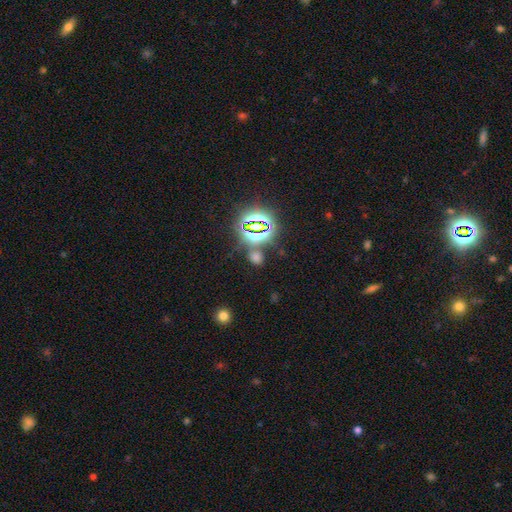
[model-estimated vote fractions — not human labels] Smooth or featured: star or artifact — 70% (smooth — 22%)